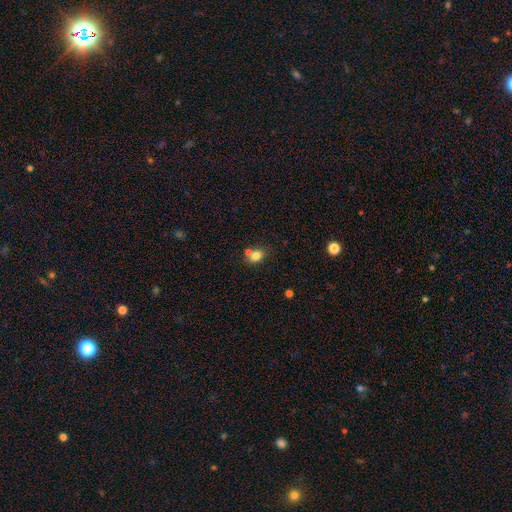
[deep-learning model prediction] Smooth or featured: smooth — 78% (star or artifact — 11%)
How rounded: in between — 65% (round — 34%)
Merging: none — 50% (merger — 34%)